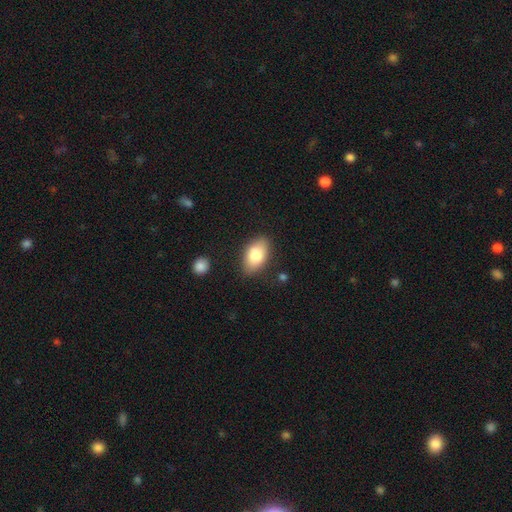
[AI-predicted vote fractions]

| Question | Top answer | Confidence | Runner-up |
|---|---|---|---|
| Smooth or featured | smooth | 81% | featured or disk (13%) |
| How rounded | in between | 92% | round (6%) |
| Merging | none | 80% | minor disturbance (14%) |